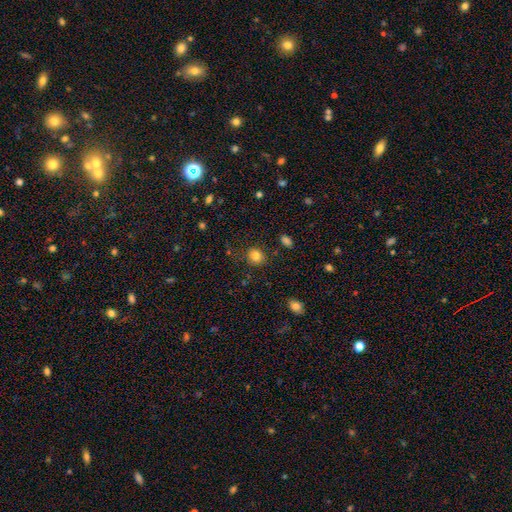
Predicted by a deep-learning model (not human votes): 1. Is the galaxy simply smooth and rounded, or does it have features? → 82% smooth, 11% star or artifact, 6% featured or disk.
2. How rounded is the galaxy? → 73% round, 26% in between, 1% cigar-shaped.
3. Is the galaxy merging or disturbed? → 84% none, 11% minor disturbance, 3% major disturbance, 2% merger.